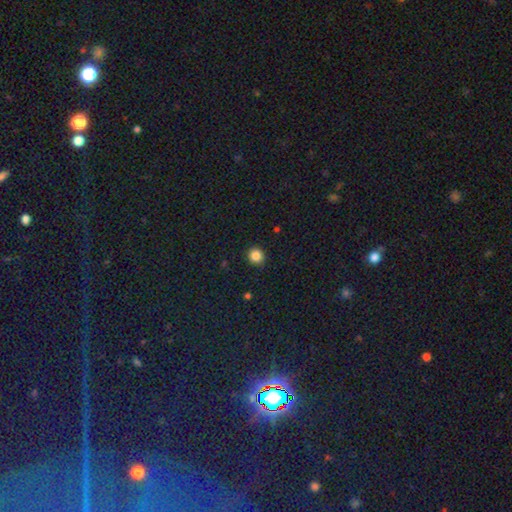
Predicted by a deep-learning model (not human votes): The model was most divided on "smooth or featured": smooth: 86%, star or artifact: 11%, featured or disk: 4%. More confident: merging — none (92%); how rounded — round (88%).